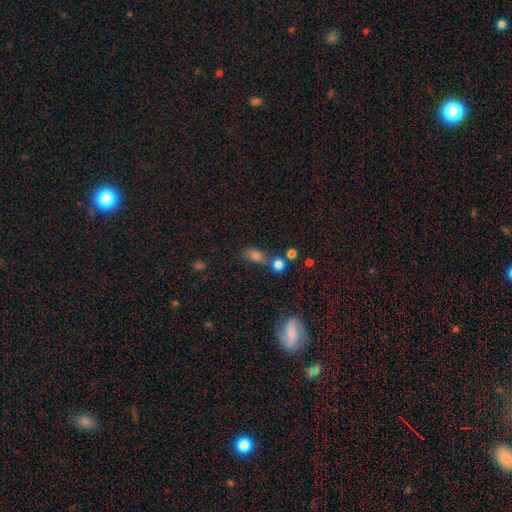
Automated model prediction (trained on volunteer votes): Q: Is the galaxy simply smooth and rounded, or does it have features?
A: smooth — 70%.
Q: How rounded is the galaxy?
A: in between — 70%.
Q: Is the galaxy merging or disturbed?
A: none — 49%.